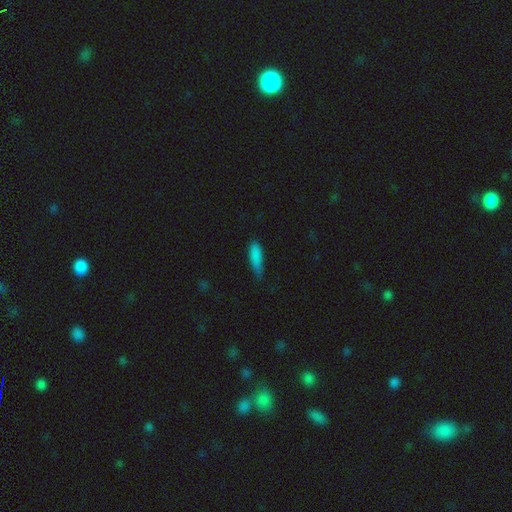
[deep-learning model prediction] The model was most divided on "how rounded": cigar-shaped: 54%, in between: 44%, round: 2%. More confident: smooth or featured — smooth (85%); merging — none (55%).